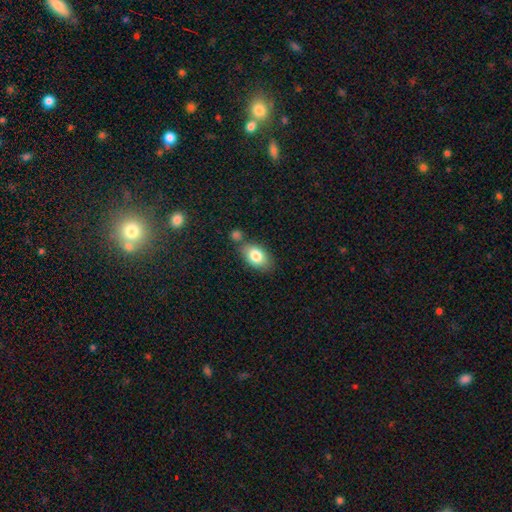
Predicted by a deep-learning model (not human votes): Overall: smooth (81%). How rounded: in between (87%). Merging: none (59%).